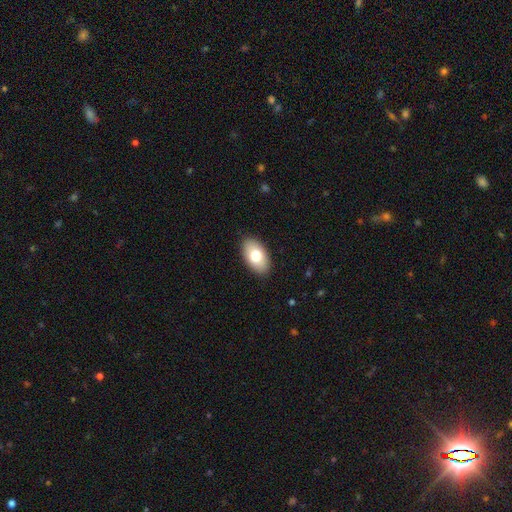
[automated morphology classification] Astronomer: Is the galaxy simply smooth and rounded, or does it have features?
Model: smooth — 76%.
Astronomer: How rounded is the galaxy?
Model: in between — 94%.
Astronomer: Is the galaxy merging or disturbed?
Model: none — 88%.